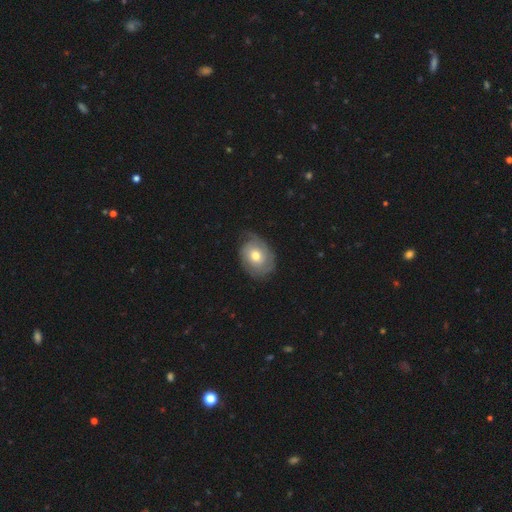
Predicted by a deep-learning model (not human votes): This appears to be a featured or disk galaxy (55%) with no bar (81%), spiral arms (77%) and a moderate central bulge (73%). Merging: none (61%).